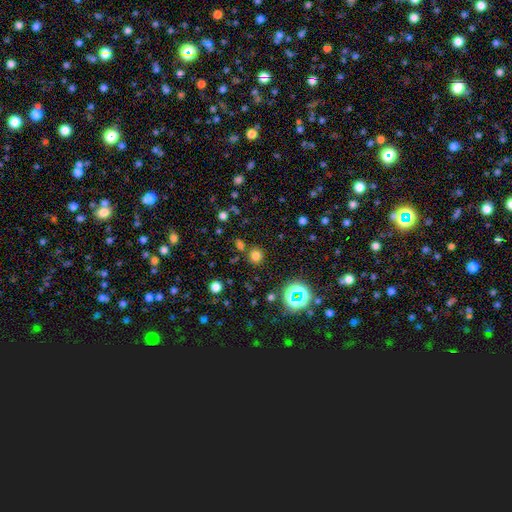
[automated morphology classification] Q: Smooth or featured?
A: smooth (72%); runner-up: star or artifact (23%)
Q: How rounded?
A: round (88%); runner-up: in between (11%)
Q: Merging?
A: none (81%); runner-up: merger (8%)